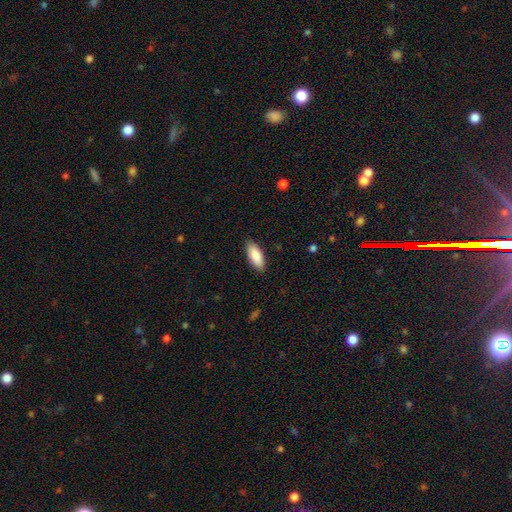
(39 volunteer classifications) Overall: smooth (97%). How rounded: in between (87%). Merging: none (87%).